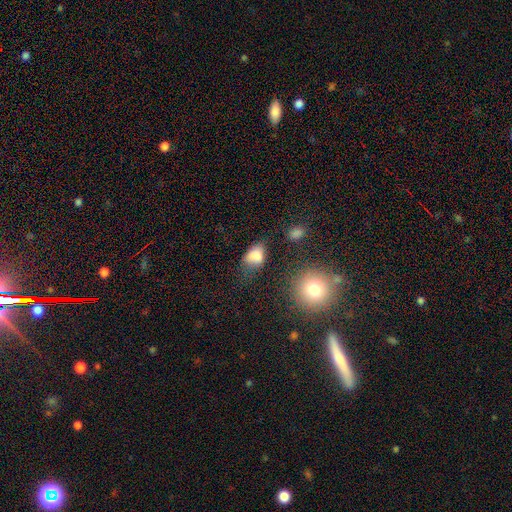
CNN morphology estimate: Smooth or featured?
  - smooth: 78% *
  - featured or disk: 11%
  - star or artifact: 11%
How rounded?
  - in between: 80% *
  - round: 19%
  - cigar-shaped: 2%
Merging?
  - none: 41% *
  - minor disturbance: 33%
  - major disturbance: 16%
  - merger: 10%